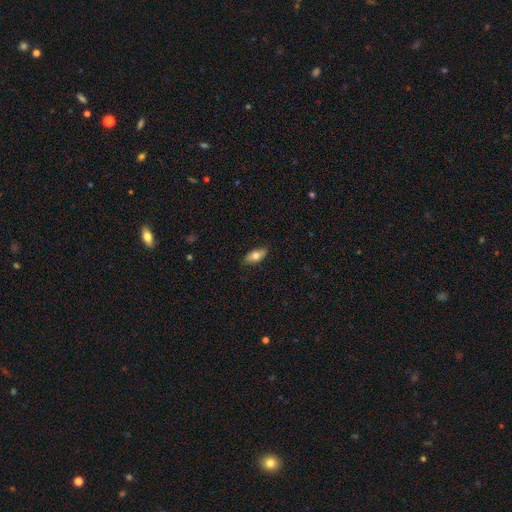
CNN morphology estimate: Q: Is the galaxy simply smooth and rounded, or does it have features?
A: smooth — 68%.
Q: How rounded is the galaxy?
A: in between — 79%.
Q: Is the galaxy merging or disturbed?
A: none — 86%.